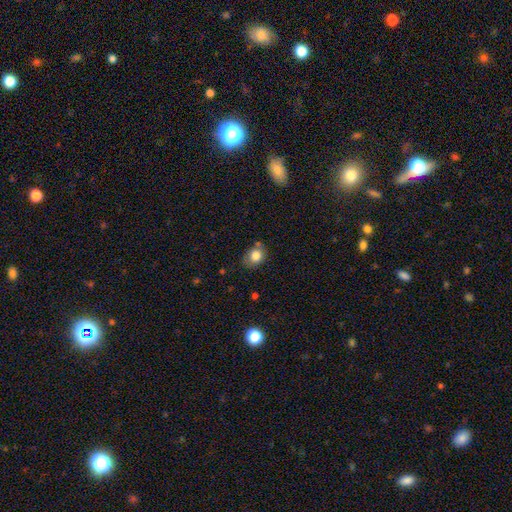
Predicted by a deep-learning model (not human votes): A smooth galaxy with no disk features (81%) that is round (53%).

Vote fractions:
- Smooth or featured? smooth: 81% / featured or disk: 10% / star or artifact: 10%
- How rounded? round: 53% / in between: 46% / cigar-shaped: 1%
- Merging? none: 66% / minor disturbance: 23% / merger: 6% / major disturbance: 5%